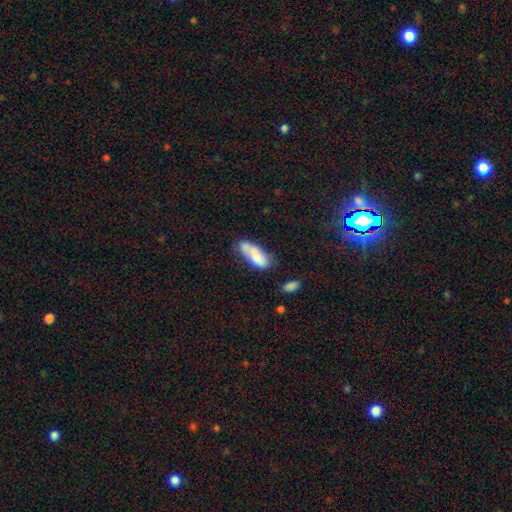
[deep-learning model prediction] smooth 70%, featured or disk 22%, star or artifact 7%. Down the decision tree: how rounded — in between (67%); merging — none (38%).